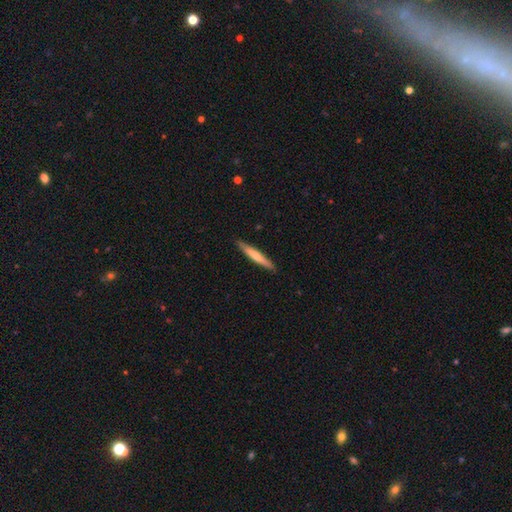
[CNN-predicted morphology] Smooth or featured: smooth — 63% (featured or disk — 32%)
How rounded: cigar-shaped — 95% (in between — 4%)
Merging: none — 90% (minor disturbance — 8%)